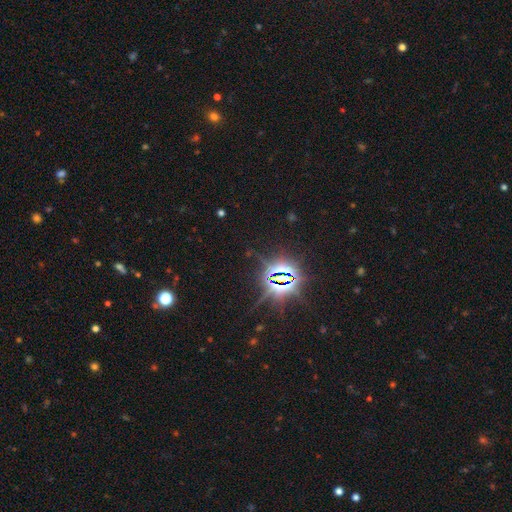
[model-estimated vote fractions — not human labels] smooth_or_featured: star or artifact (p=0.84) [alt: smooth p=0.08]